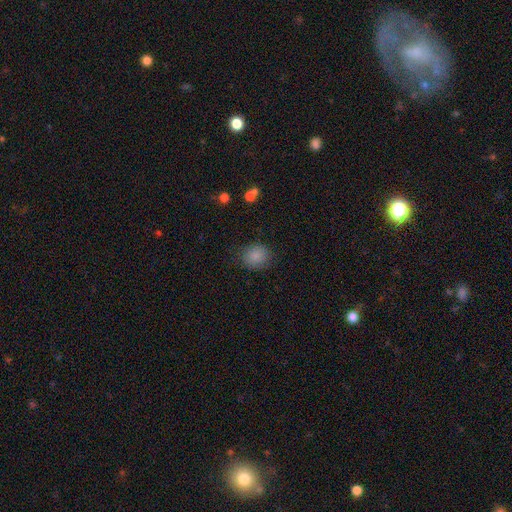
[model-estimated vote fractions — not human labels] Overall: smooth (86%). How rounded: round (69%; in between 30%). Merging: none (83%).